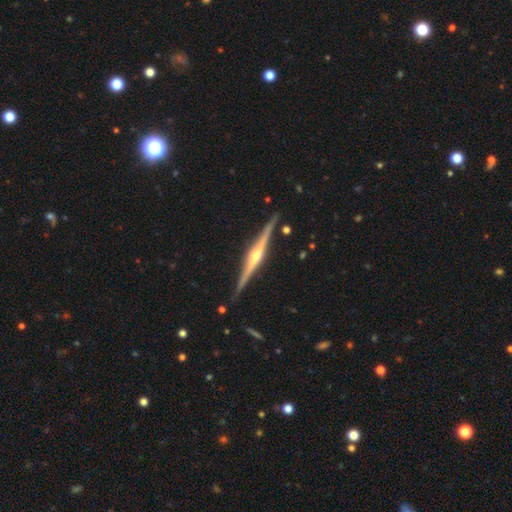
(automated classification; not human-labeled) Q: Smooth or featured?
A: featured or disk (87%); runner-up: smooth (9%)
Q: Edge-on disk?
A: yes (99%); runner-up: no (1%)
Q: Edge-on bulge?
A: rounded (87%); runner-up: boxy (7%)
Q: Merging?
A: none (89%); runner-up: minor disturbance (8%)